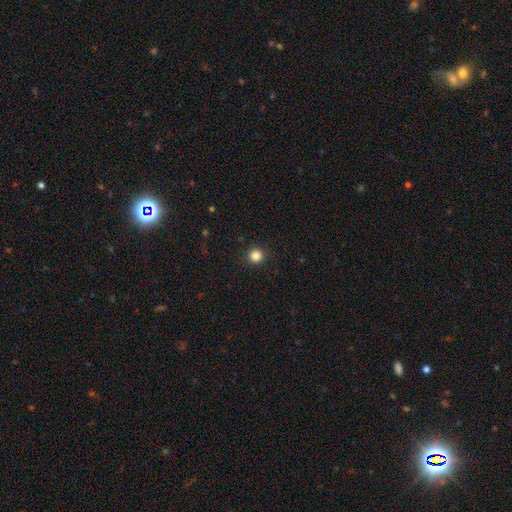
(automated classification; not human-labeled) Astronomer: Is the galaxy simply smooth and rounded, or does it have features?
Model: smooth — 84%.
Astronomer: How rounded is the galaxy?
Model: round — 94%.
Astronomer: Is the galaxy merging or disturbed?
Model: none — 92%.